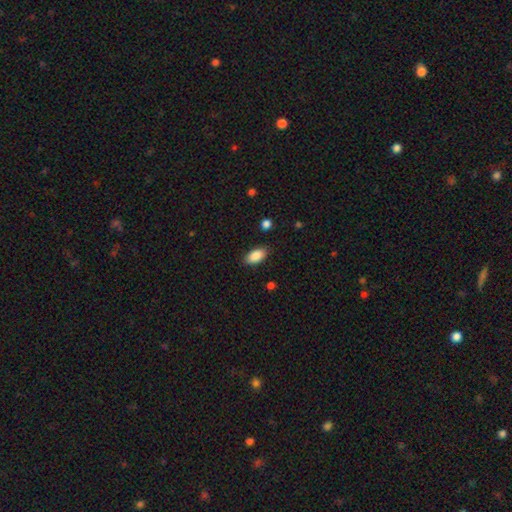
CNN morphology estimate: smooth_or_featured: smooth (p=0.88) [alt: star or artifact p=0.07]
how_rounded: in between (p=0.92) [alt: cigar-shaped p=0.05]
merging: none (p=0.86) [alt: minor disturbance p=0.10]